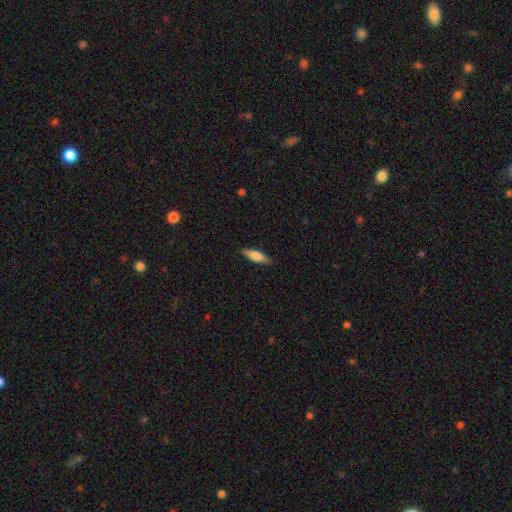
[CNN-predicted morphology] Smooth or featured: smooth — 59% (featured or disk — 35%)
How rounded: cigar-shaped — 54% (in between — 44%)
Merging: none — 86% (minor disturbance — 11%)